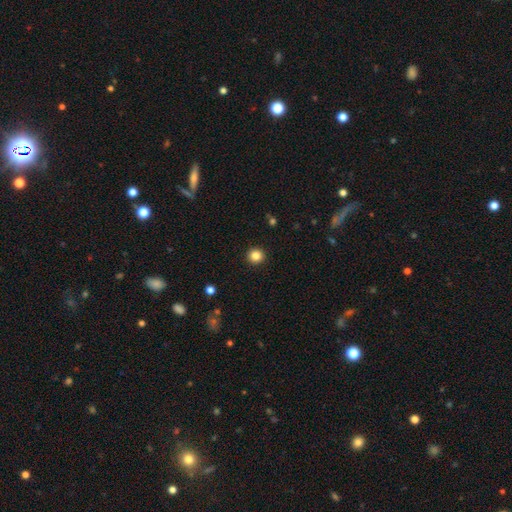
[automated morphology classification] smooth_or_featured: smooth (p=0.85) [alt: star or artifact p=0.11]
how_rounded: round (p=0.94) [alt: in between p=0.05]
merging: none (p=0.93) [alt: minor disturbance p=0.04]